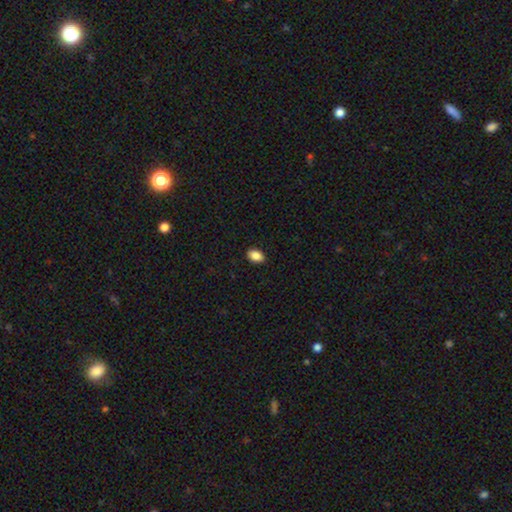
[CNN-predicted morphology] smooth-or-featured: smooth: 88% | star or artifact: 8% | featured or disk: 4%
  how-rounded: in between: 85% | round: 14% | cigar-shaped: 1%
  merging: none: 90% | minor disturbance: 8% | major disturbance: 2% | merger: 1%